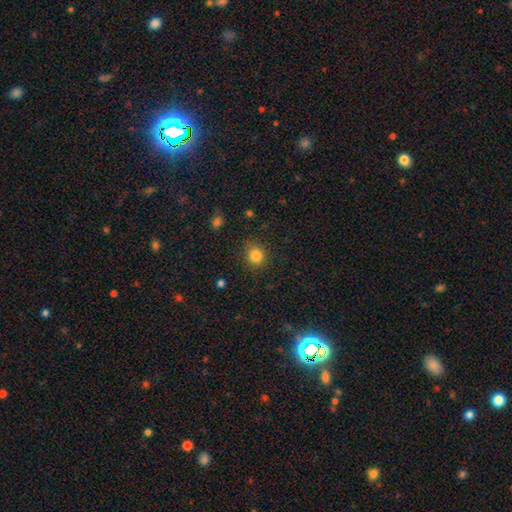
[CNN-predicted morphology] Smooth or featured: smooth — 83% (star or artifact — 12%)
How rounded: round — 82% (in between — 18%)
Merging: none — 85% (minor disturbance — 11%)